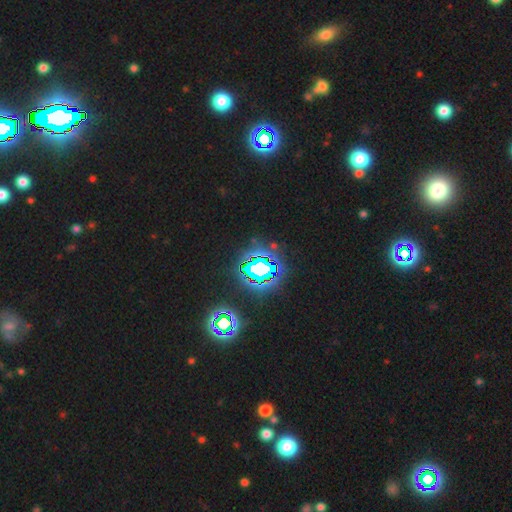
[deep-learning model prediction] Smooth or featured: star or artifact — 81% (smooth — 12%)